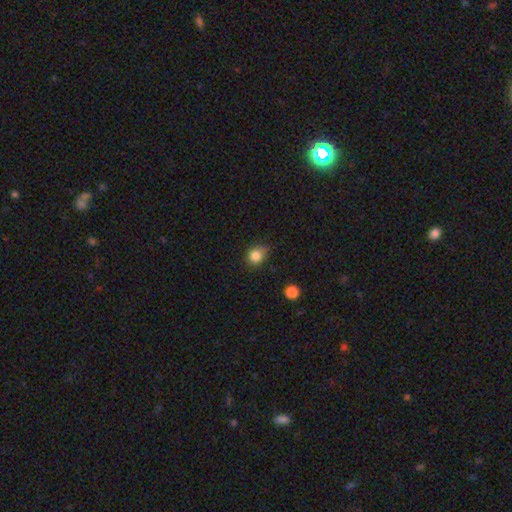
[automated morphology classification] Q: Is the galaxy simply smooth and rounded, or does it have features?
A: smooth — 83%.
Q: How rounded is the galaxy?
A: round — 75%.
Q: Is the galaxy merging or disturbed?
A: none — 57%.